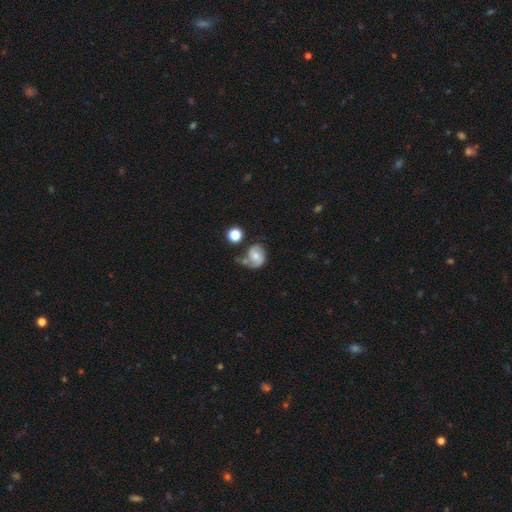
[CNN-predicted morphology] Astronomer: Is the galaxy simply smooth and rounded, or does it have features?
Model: featured or disk — 60%.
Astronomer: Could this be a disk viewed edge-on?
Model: no — 97%.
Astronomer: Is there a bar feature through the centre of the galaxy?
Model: no — 71%.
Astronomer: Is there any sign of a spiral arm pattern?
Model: yes — 84%.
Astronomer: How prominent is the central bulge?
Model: moderate — 56% (runner-up: small, 37%).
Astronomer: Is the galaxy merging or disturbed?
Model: none — 41% (runner-up: minor disturbance, 25%).